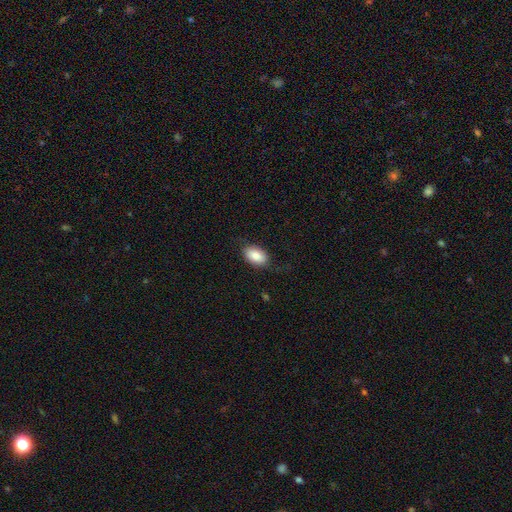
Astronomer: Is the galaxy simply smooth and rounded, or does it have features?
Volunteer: smooth — 83%.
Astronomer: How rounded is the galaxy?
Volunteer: in between — 93%.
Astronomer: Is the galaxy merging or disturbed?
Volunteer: none — 62%.